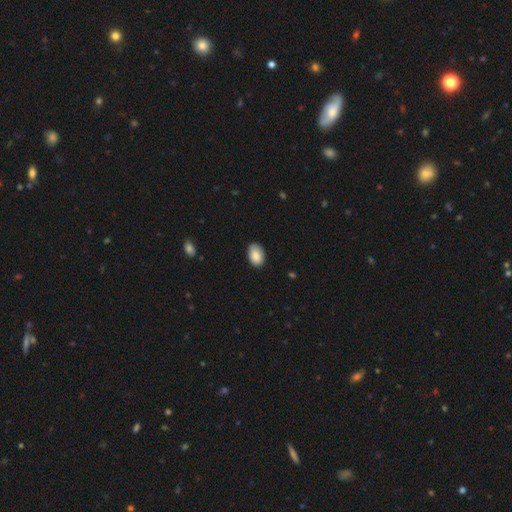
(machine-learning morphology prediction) Smooth or featured: smooth — 87% (featured or disk — 7%)
How rounded: in between — 89% (round — 10%)
Merging: none — 81% (minor disturbance — 16%)